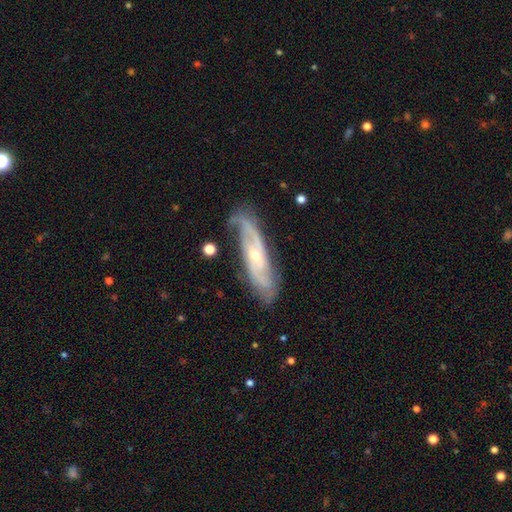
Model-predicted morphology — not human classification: Smooth or featured: featured or disk — 84% (smooth — 10%)
Edge-on disk: no — 81% (yes — 19%)
Bar: no — 52% (weak — 36%)
Spiral arms: yes — 95% (no — 5%)
Spiral winding: medium — 44% (tight — 34%)
Spiral arm count: 2 — 62% (can't tell — 19%)
Bulge size: small — 63% (moderate — 34%)
Merging: none — 73% (minor disturbance — 18%)